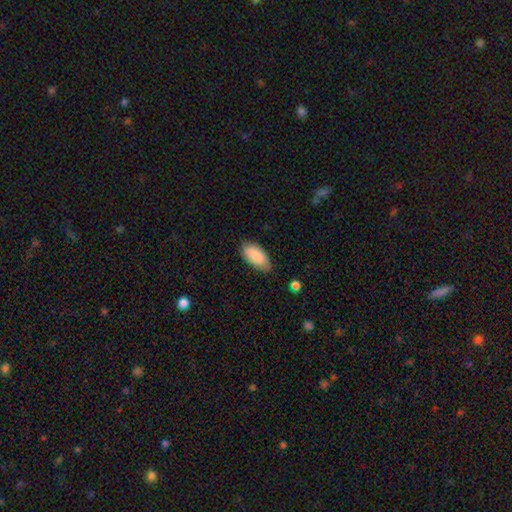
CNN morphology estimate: This is clearly a smooth galaxy (86%). How rounded: clearly in between (93%). Merging: likely none (76%).